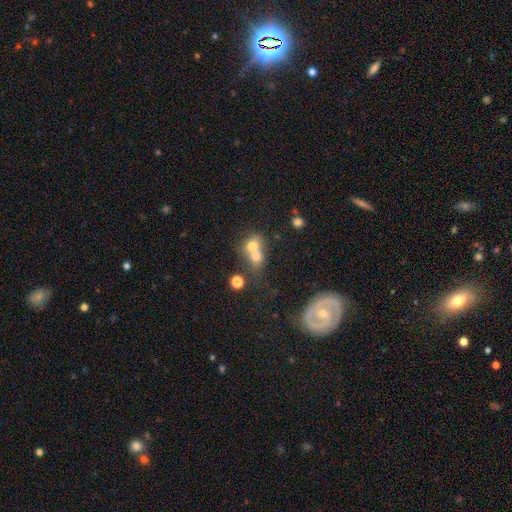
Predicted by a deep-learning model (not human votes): Smooth or featured?
  - smooth: 68% *
  - featured or disk: 20%
  - star or artifact: 12%
How rounded?
  - round: 62% *
  - in between: 37%
  - cigar-shaped: 1%
Merging?
  - merger: 69% *
  - none: 21%
  - minor disturbance: 6%
  - major disturbance: 4%